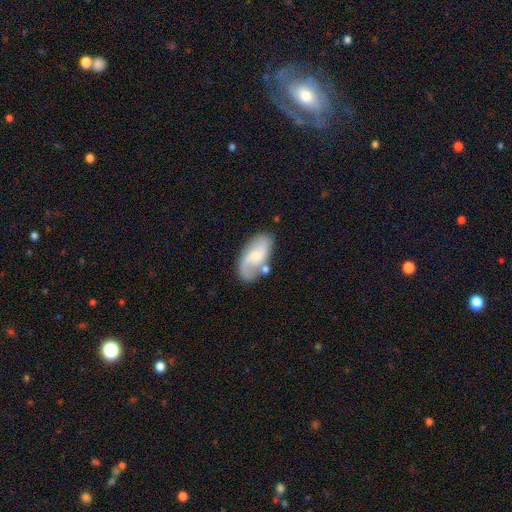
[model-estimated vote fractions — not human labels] Morphology: type=featured or disk (67%); edge-on=no (96%); bar=no (46%); spiral arms=yes (91%); winding=loose (55%); arm count=2 (85%); bulge=small (49%); merging=none (65%).